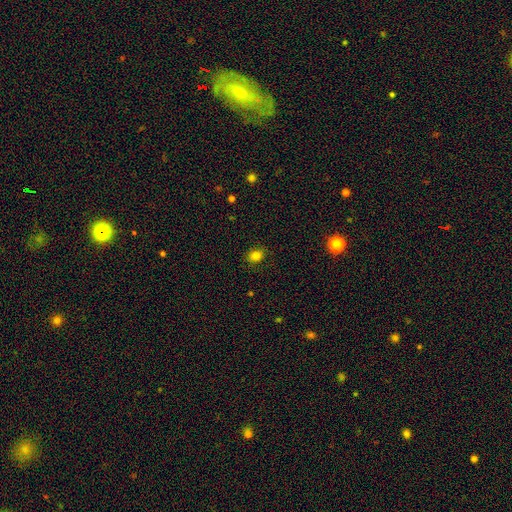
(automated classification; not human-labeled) Overall: smooth (81%). How rounded: in between (50%; round 49%). Merging: none (86%).